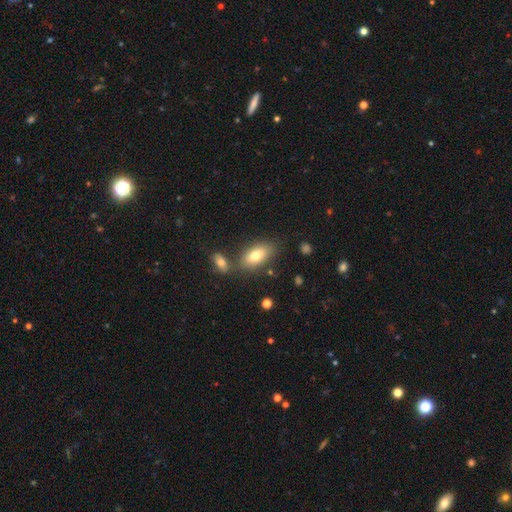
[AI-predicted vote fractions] Morphology: type=smooth (76%); roundness=in between (88%); merging=none (68%).